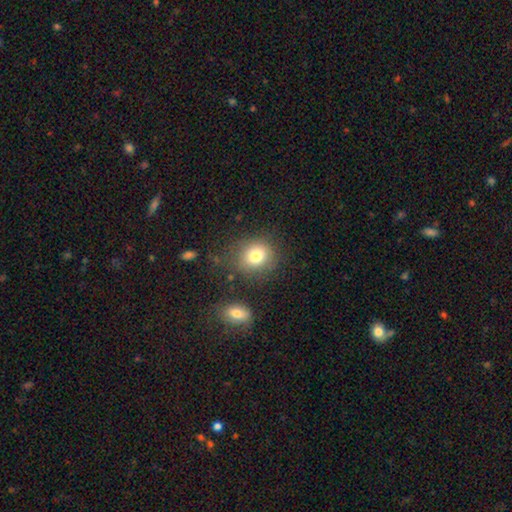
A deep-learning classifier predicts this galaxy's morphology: smooth 79%, star or artifact 11%, featured or disk 10%. Down the decision tree: how rounded — round (76%); merging — none (76%).